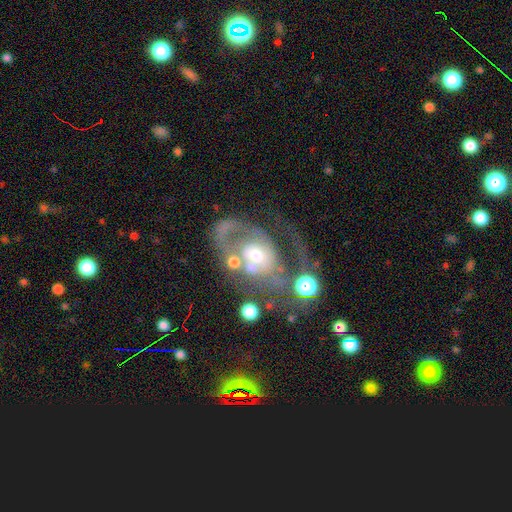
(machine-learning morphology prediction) smooth_or_featured: featured or disk (p=0.70) [alt: smooth p=0.21]
disk_edge_on: no (p=0.96) [alt: yes p=0.04]
bar: no (p=0.76) [alt: weak p=0.19]
has_spiral_arms: yes (p=0.59) [alt: no p=0.41]
bulge_size: moderate (p=0.56) [alt: small p=0.28]
merging: major disturbance (p=0.43) [alt: none p=0.24]